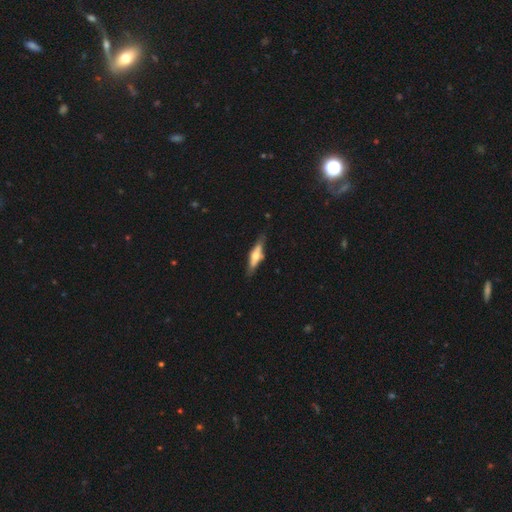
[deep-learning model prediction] smooth_or_featured: featured or disk (p=0.59) [alt: smooth p=0.35]
disk_edge_on: yes (p=0.91) [alt: no p=0.09]
edge_on_bulge: rounded (p=0.84) [alt: boxy p=0.11]
merging: none (p=0.78) [alt: minor disturbance p=0.16]